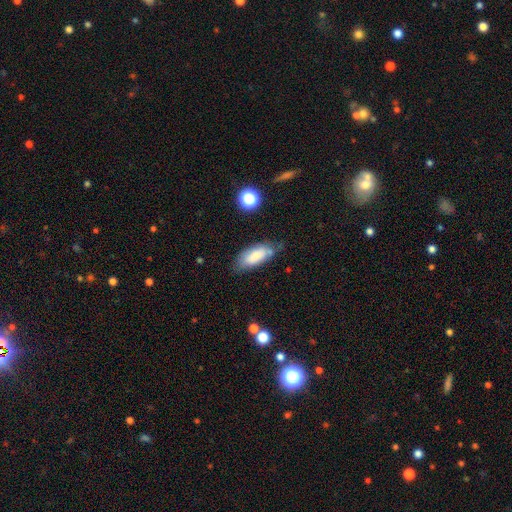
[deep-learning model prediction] Smooth or featured?
  - smooth: 75% *
  - featured or disk: 17%
  - star or artifact: 8%
How rounded?
  - in between: 83% *
  - cigar-shaped: 15%
  - round: 2%
Merging?
  - none: 63% *
  - minor disturbance: 25%
  - major disturbance: 7%
  - merger: 5%